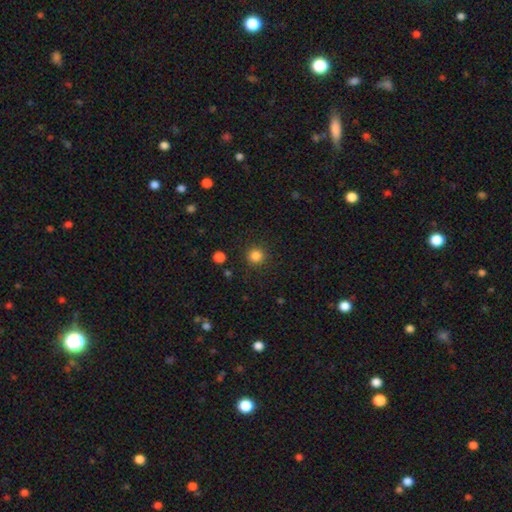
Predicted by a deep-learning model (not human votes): The model was most divided on "smooth or featured": smooth: 84%, star or artifact: 12%, featured or disk: 4%. More confident: how rounded — round (94%); merging — none (91%).